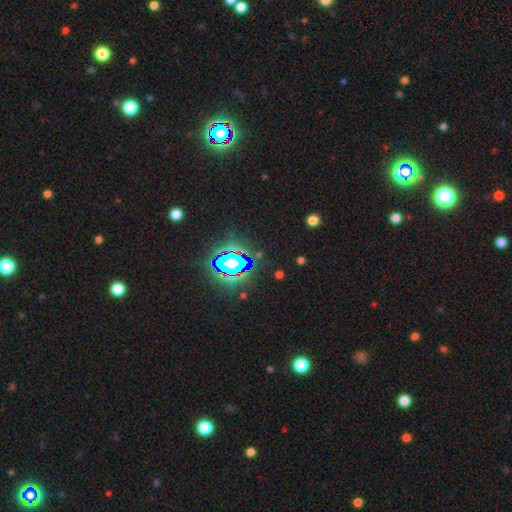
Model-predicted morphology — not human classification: Q: Smooth or featured?
A: star or artifact (76%); runner-up: smooth (14%)